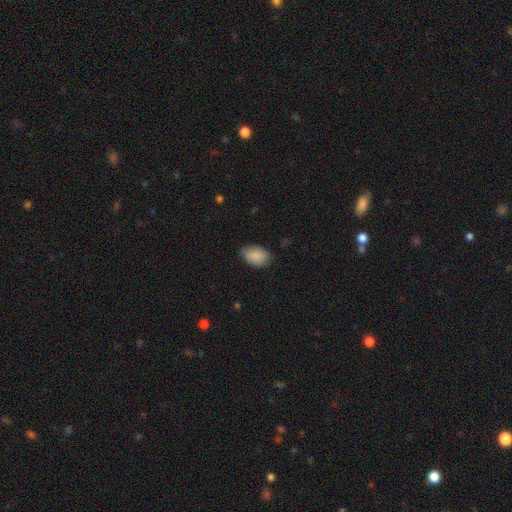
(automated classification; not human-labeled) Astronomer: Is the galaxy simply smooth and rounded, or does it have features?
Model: smooth — 89%.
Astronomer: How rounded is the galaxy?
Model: in between — 87%.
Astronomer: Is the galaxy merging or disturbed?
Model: none — 80%.